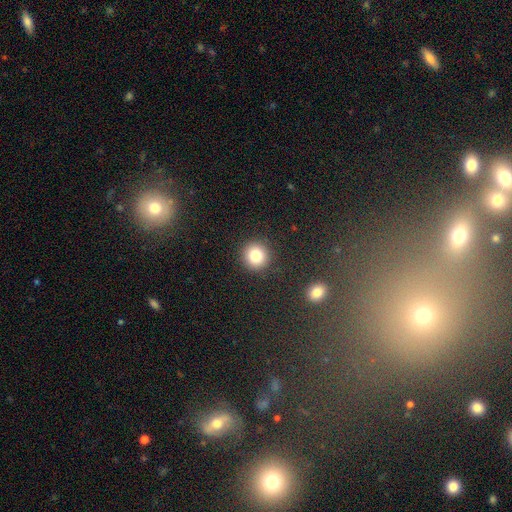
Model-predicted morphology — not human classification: type=smooth (81%); roundness=round (94%); merging=none (91%).